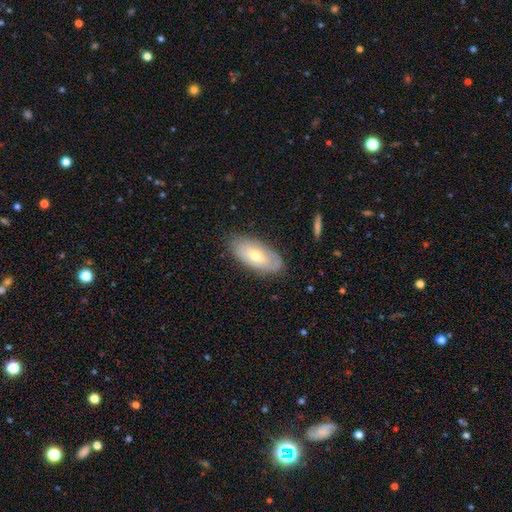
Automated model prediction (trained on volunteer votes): Q: Smooth or featured?
A: smooth (60%); runner-up: featured or disk (33%)
Q: How rounded?
A: in between (90%); runner-up: cigar-shaped (7%)
Q: Merging?
A: none (80%); runner-up: minor disturbance (15%)